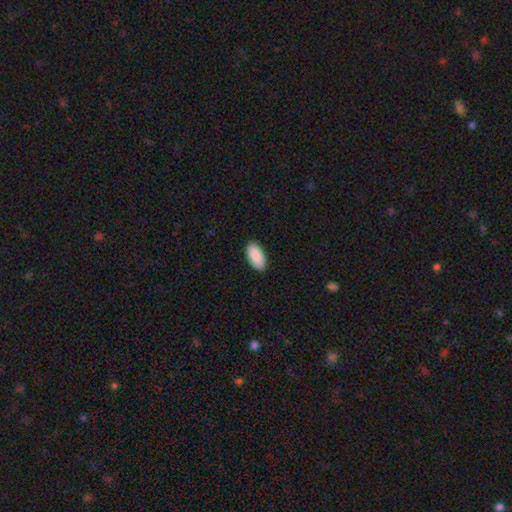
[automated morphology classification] type=smooth (91%); roundness=in between (95%); merging=none (90%).